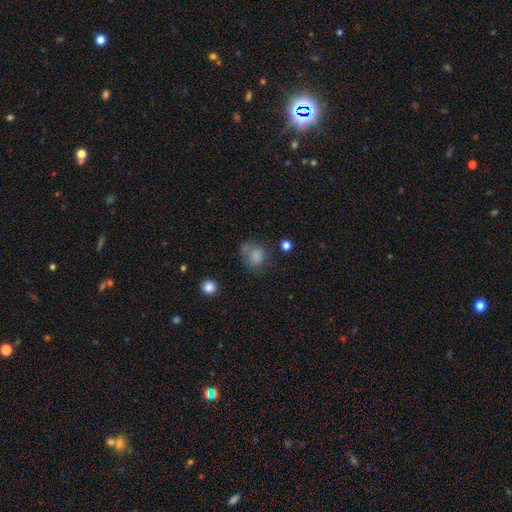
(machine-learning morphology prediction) Smooth or featured? smooth (73%)
How rounded? round (52%)
Merging? none (43%)